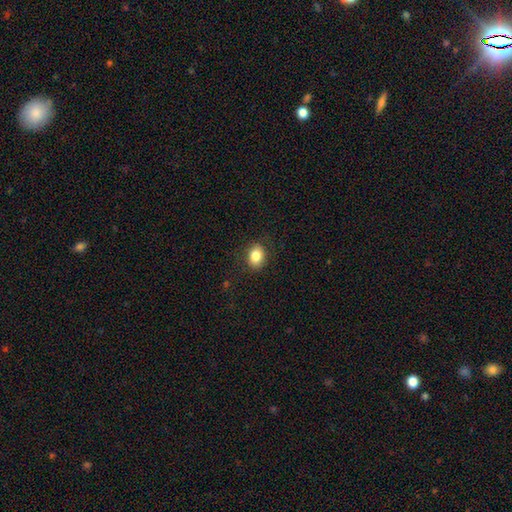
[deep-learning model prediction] smooth 84%, star or artifact 9%, featured or disk 7%. Down the decision tree: how rounded — in between (62%); merging — none (86%).